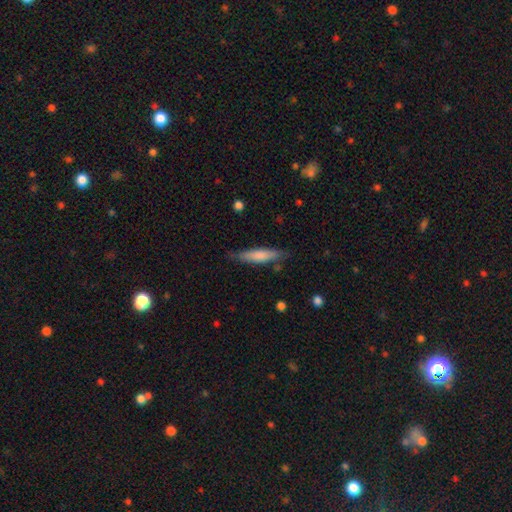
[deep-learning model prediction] Smooth or featured? Predicted: smooth (p=0.67). How rounded? Predicted: cigar-shaped (p=0.85). Merging? Predicted: none (p=0.81).